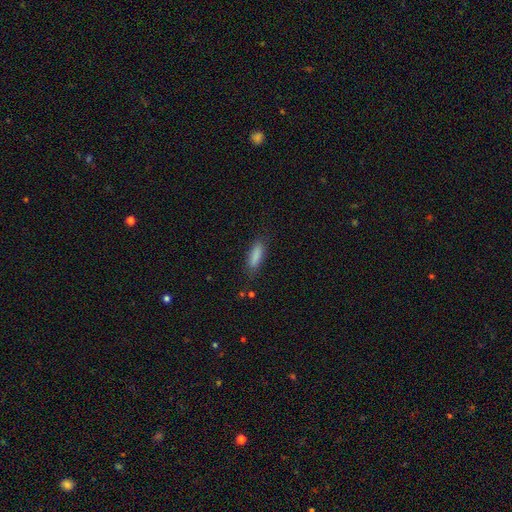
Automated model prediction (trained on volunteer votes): The model was most divided on "how rounded": cigar-shaped: 53%, in between: 45%, round: 2%. More confident: smooth or featured — smooth (86%); merging — none (80%).